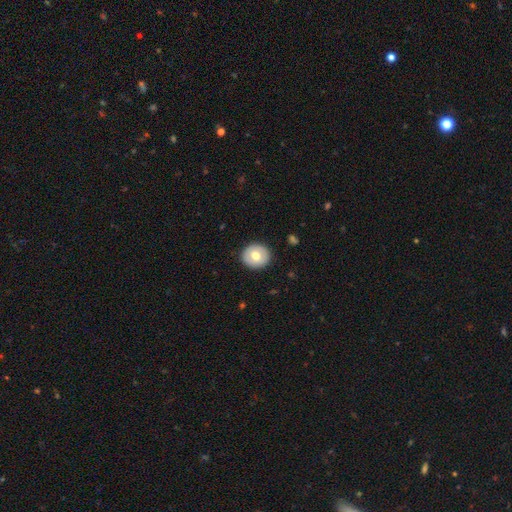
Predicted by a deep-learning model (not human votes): Smooth or featured: smooth — 68% (featured or disk — 25%)
How rounded: round — 88% (in between — 11%)
Merging: none — 91% (minor disturbance — 7%)